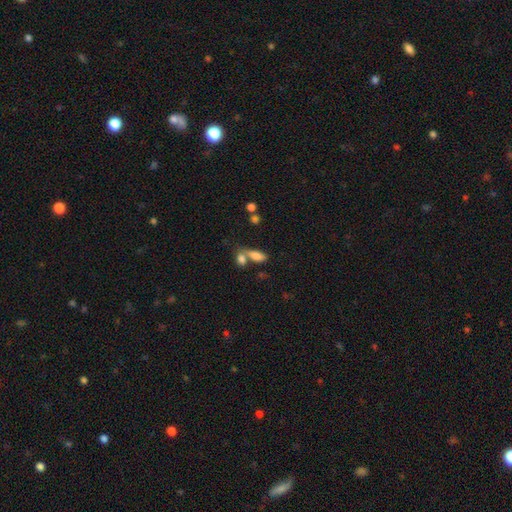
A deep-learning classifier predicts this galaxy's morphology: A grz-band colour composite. It shows a smooth galaxy with no disk features (81%) that is in between round and cigar-shaped (83%). Merging: merger (47%).